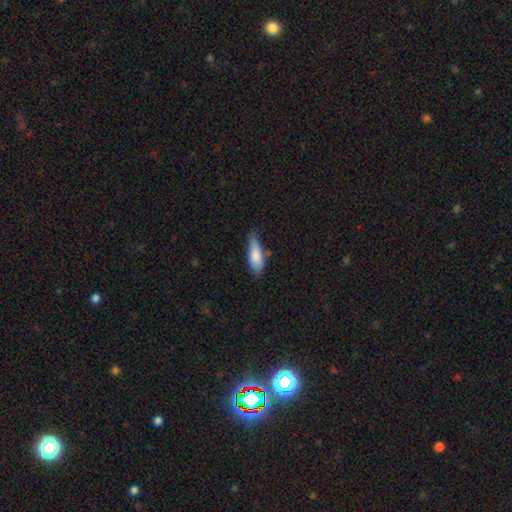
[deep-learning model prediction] The model was most divided on "how rounded": in between: 58%, cigar-shaped: 40%, round: 2%. More confident: smooth or featured — smooth (81%); merging — none (64%).